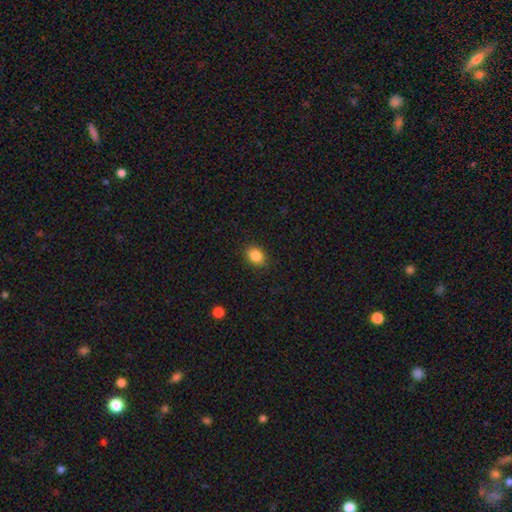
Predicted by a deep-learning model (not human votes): A smooth galaxy with no disk features (87%) that is in between round and cigar-shaped (64%).

Vote fractions:
- Smooth or featured? smooth: 87% / star or artifact: 9% / featured or disk: 4%
- How rounded? in between: 64% / round: 35% / cigar-shaped: 1%
- Merging? none: 87% / minor disturbance: 10% / major disturbance: 3% / merger: 1%